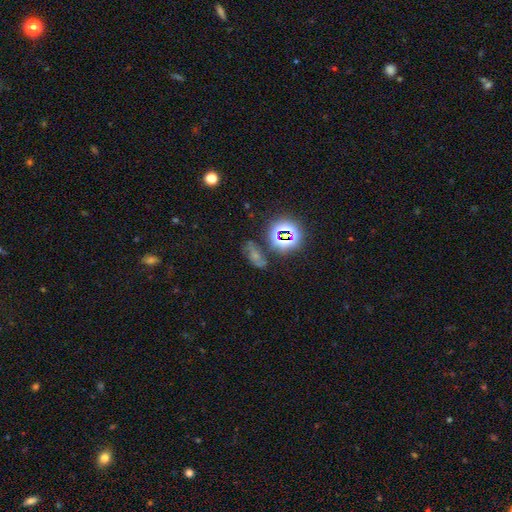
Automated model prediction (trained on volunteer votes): A star or artifact, not a galaxy (40%).

Vote fractions:
- Smooth or featured? star or artifact: 40% / smooth: 33% / featured or disk: 27%